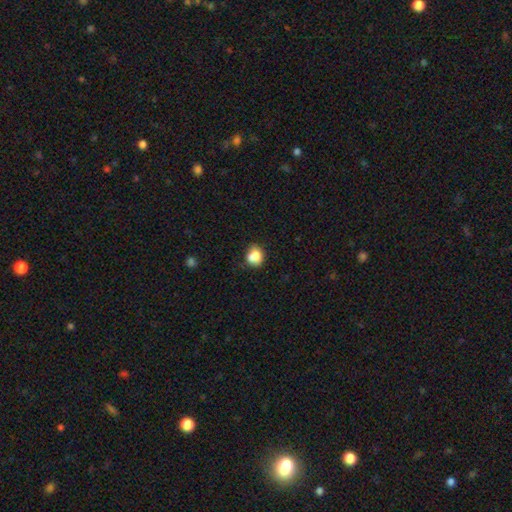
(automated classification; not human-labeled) Q: Smooth or featured?
A: smooth (80%); runner-up: star or artifact (10%)
Q: How rounded?
A: round (63%); runner-up: in between (36%)
Q: Merging?
A: none (50%); runner-up: minor disturbance (23%)